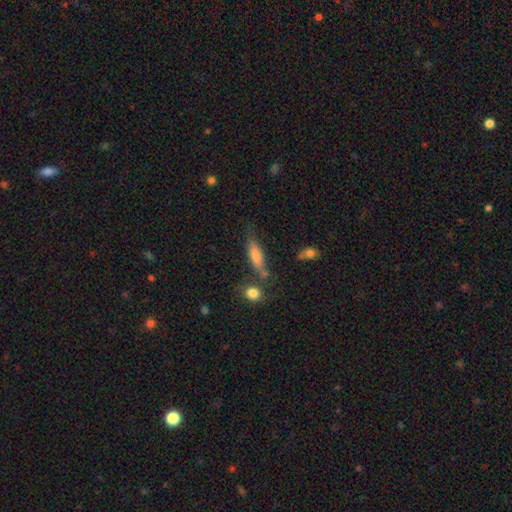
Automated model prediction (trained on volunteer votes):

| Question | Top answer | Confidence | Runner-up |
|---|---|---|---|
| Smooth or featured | smooth | 67% | featured or disk (24%) |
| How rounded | cigar-shaped | 55% | in between (42%) |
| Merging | none | 61% | minor disturbance (20%) |